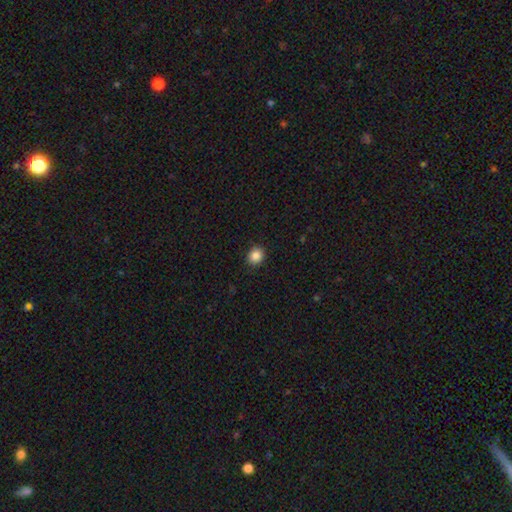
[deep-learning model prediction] Morphology: type=smooth (87%); roundness=round (78%); merging=none (90%).